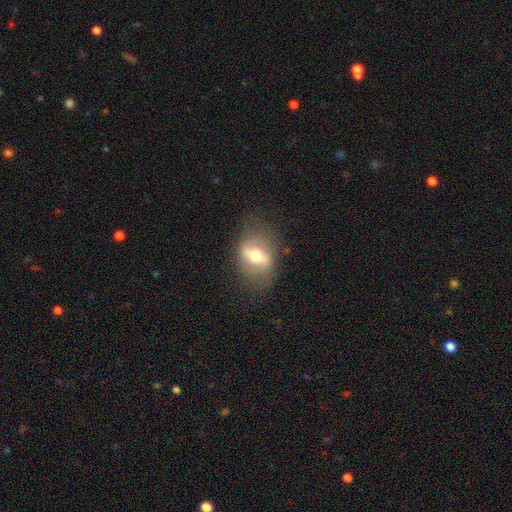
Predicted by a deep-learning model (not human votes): featured or disk 55%, smooth 37%, star or artifact 8%. Down the decision tree: edge-on disk — no (80%); merging — none (73%).